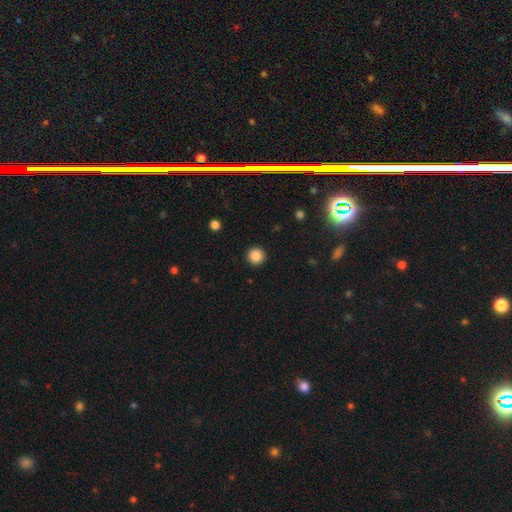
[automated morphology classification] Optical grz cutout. It shows a smooth galaxy with no disk features (86%) that is round (95%). Merging: none (93%).